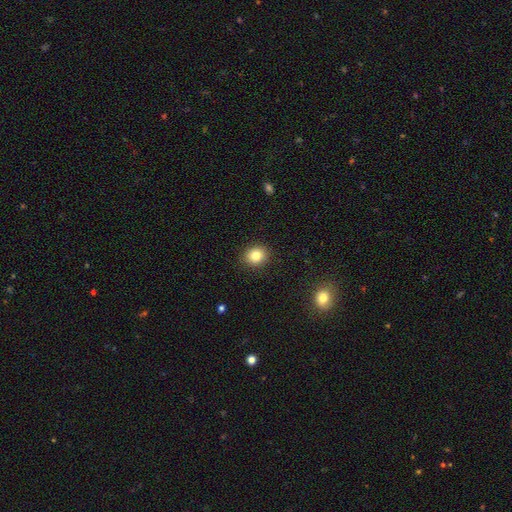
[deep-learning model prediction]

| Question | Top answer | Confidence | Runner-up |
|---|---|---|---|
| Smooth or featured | smooth | 82% | star or artifact (10%) |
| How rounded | round | 70% | in between (29%) |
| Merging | none | 90% | minor disturbance (7%) |